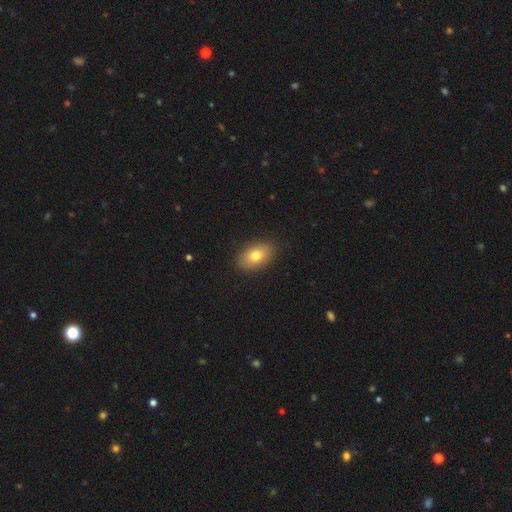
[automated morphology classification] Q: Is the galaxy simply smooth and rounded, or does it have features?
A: smooth — 75%.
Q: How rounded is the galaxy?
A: in between — 88%.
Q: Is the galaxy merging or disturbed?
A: none — 87%.